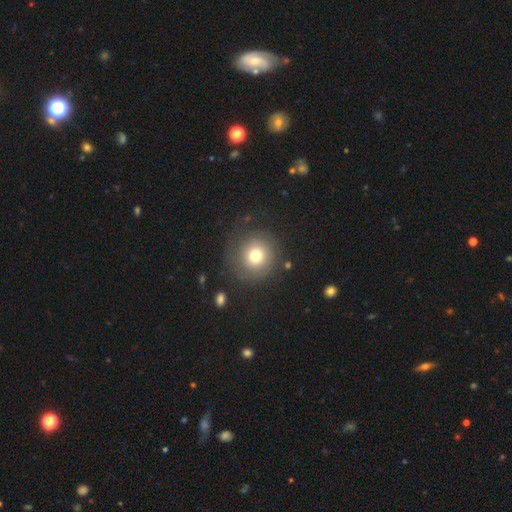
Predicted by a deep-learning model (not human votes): Smooth or featured?
  - smooth: 68% *
  - featured or disk: 21%
  - star or artifact: 11%
How rounded?
  - round: 93% *
  - in between: 6%
  - cigar-shaped: 1%
Merging?
  - none: 76% *
  - minor disturbance: 12%
  - major disturbance: 9%
  - merger: 2%